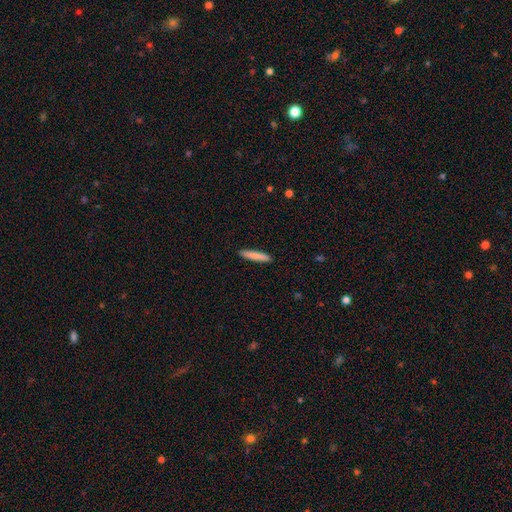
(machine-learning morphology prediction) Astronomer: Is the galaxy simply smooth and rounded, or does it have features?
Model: smooth — 83%.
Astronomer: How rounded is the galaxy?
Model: cigar-shaped — 92%.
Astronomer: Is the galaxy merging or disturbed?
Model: none — 91%.